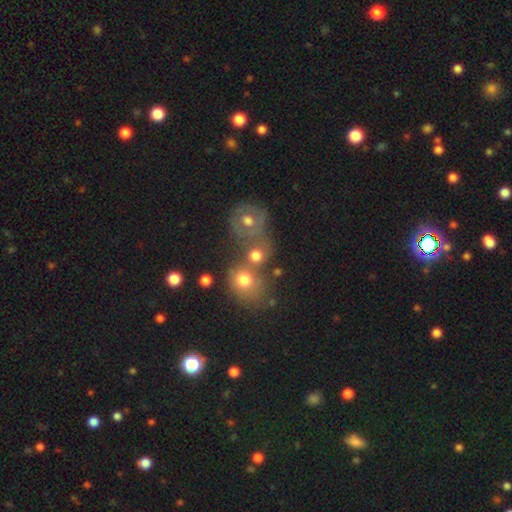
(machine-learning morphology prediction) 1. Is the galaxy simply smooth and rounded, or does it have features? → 70% smooth, 17% featured or disk, 13% star or artifact.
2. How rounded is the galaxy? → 74% round, 25% in between, 1% cigar-shaped.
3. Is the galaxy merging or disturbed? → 49% merger, 35% none, 10% minor disturbance, 7% major disturbance.